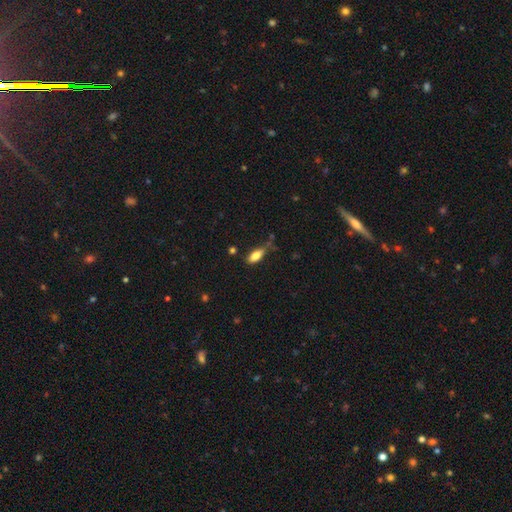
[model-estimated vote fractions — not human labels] Smooth or featured? smooth (82%)
How rounded? in between (81%)
Merging? none (58%)